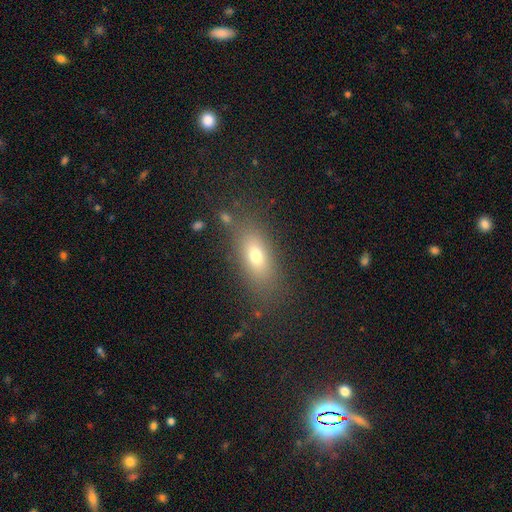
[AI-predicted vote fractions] smooth 69%, featured or disk 17%, star or artifact 13%. Down the decision tree: how rounded — in between (74%); merging — none (79%).